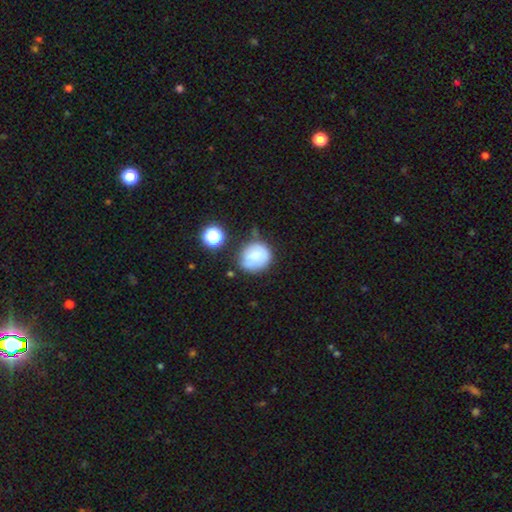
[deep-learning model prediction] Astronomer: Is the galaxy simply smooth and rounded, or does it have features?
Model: smooth — 72%.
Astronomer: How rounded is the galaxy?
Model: round — 82%.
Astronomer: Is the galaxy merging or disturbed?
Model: none — 52% (runner-up: minor disturbance, 29%).